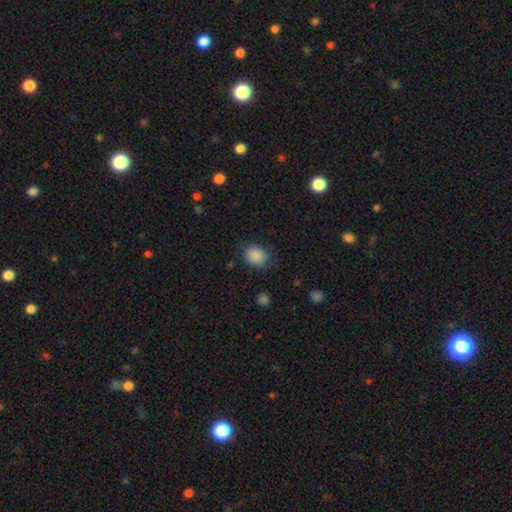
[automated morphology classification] Smooth or featured?
  - smooth: 88% *
  - star or artifact: 9%
  - featured or disk: 4%
How rounded?
  - round: 57% *
  - in between: 42%
  - cigar-shaped: 1%
Merging?
  - none: 78% *
  - minor disturbance: 16%
  - major disturbance: 5%
  - merger: 1%